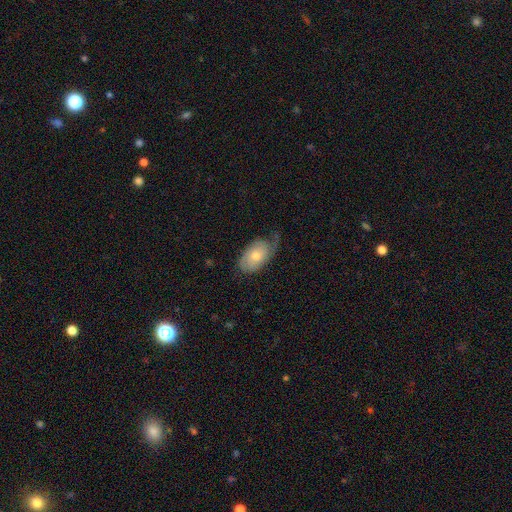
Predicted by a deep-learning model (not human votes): Smooth or featured? smooth (47%)
Merging? none (49%)